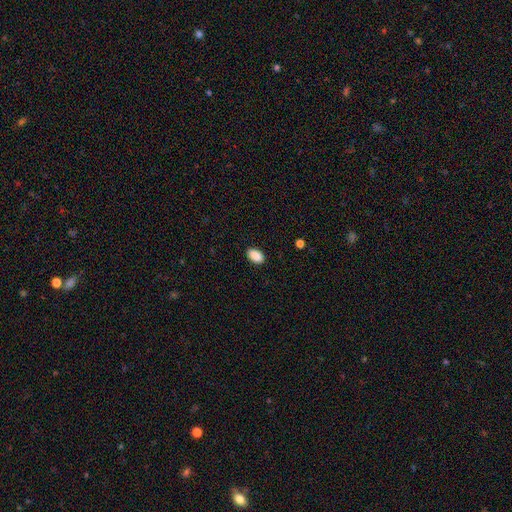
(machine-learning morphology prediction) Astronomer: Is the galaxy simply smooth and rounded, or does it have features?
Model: smooth — 89%.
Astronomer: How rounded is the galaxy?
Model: in between — 92%.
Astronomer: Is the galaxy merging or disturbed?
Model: none — 89%.